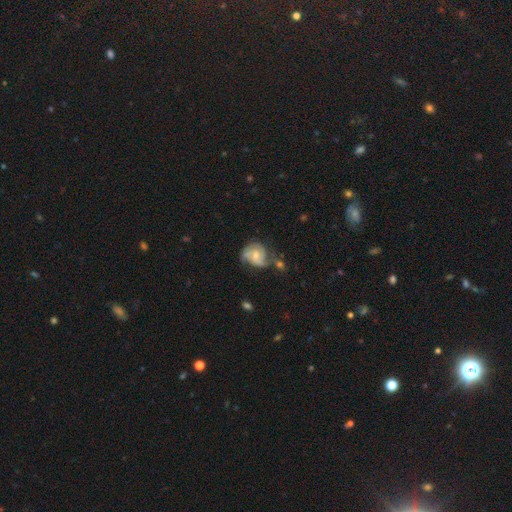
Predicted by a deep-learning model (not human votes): Morphology: type=featured or disk (69%); edge-on=no (98%); bar=no (67%); spiral arms=yes (88%); winding=medium (44%); arm count=2 (43%); bulge=moderate (49%); merging=none (43%).